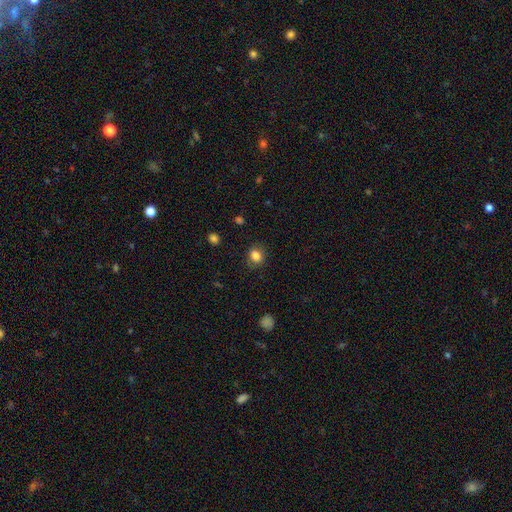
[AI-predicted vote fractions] A smooth galaxy with no disk features (84%) that is round (57%).

Vote fractions:
- Smooth or featured? smooth: 84% / star or artifact: 11% / featured or disk: 6%
- How rounded? round: 57% / in between: 42% / cigar-shaped: 1%
- Merging? none: 81% / minor disturbance: 14% / major disturbance: 4% / merger: 1%